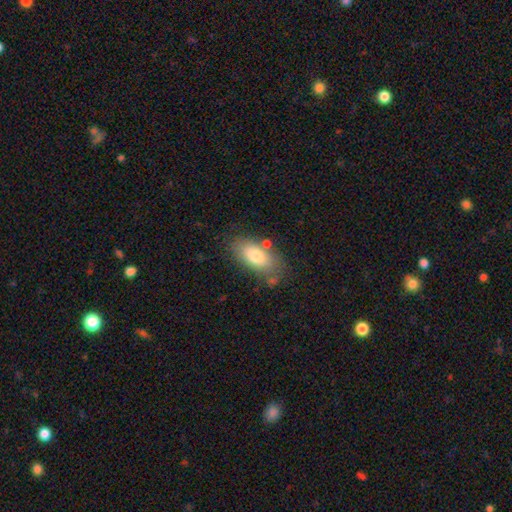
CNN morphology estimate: smooth_or_featured: smooth (p=0.78) [alt: featured or disk p=0.15]
how_rounded: in between (p=0.91) [alt: cigar-shaped p=0.05]
merging: none (p=0.71) [alt: minor disturbance p=0.17]